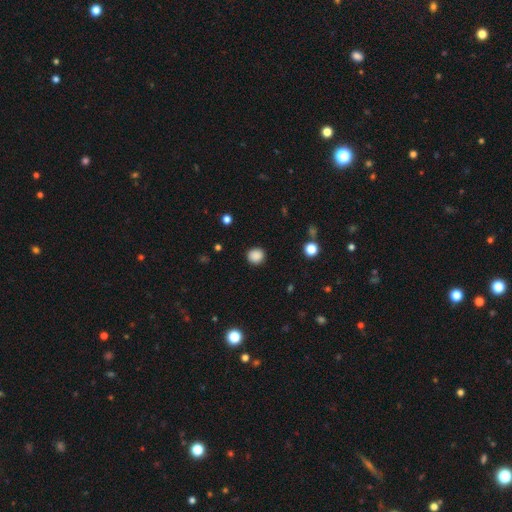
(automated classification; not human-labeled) The model was most divided on "smooth or featured": smooth: 87%, star or artifact: 11%, featured or disk: 3%. More confident: merging — none (90%); how rounded — round (90%).